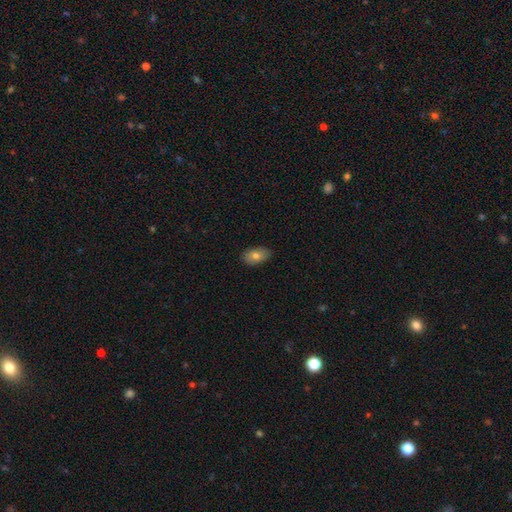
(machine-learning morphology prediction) smooth-or-featured: smooth: 78% | featured or disk: 14% | star or artifact: 8%
  how-rounded: in between: 92% | round: 7% | cigar-shaped: 2%
  merging: none: 87% | minor disturbance: 10% | major disturbance: 2% | merger: 1%